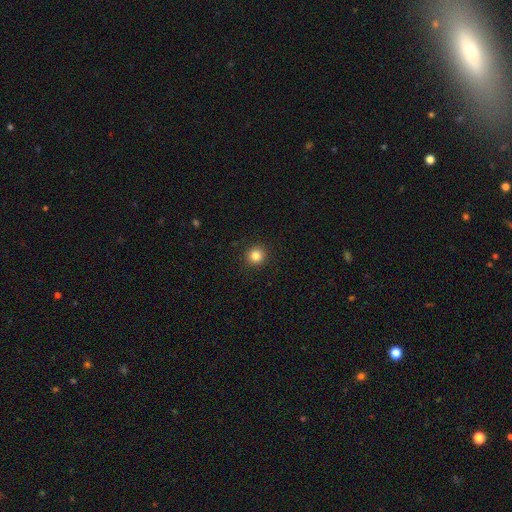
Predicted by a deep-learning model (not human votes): smooth-or-featured: smooth: 84% | star or artifact: 12% | featured or disk: 5%
  how-rounded: round: 94% | in between: 5% | cigar-shaped: 1%
  merging: none: 93% | minor disturbance: 5% | major disturbance: 2% | merger: 1%